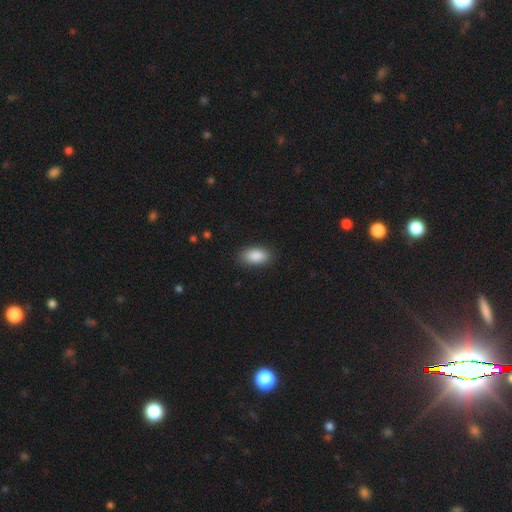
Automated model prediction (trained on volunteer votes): The model was most divided on "merging": none: 88%, minor disturbance: 9%, major disturbance: 2%, merger: 1%. More confident: how rounded — in between (93%); smooth or featured — smooth (89%).